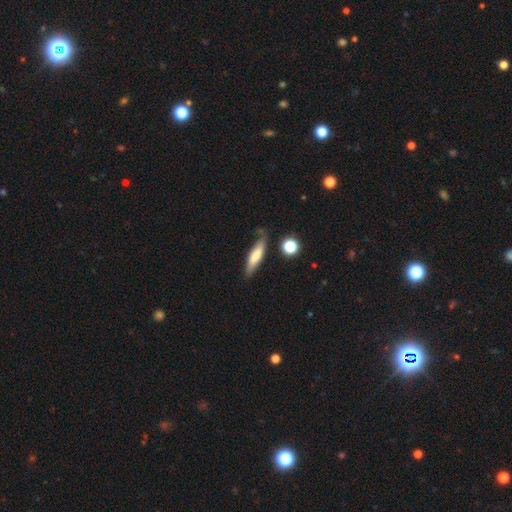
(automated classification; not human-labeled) This is likely a smooth galaxy (66%). How rounded: likely cigar-shaped (72%). Merging: likely none (65%).